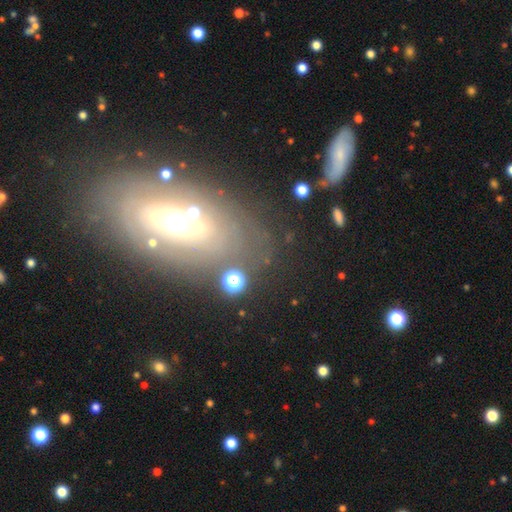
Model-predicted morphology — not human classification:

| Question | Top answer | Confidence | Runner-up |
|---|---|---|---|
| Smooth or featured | featured or disk | 62% | smooth (27%) |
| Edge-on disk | no | 81% | yes (19%) |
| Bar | no | 70% | weak (20%) |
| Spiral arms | no | 61% | yes (39%) |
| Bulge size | moderate | 60% | large (21%) |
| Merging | none | 74% | minor disturbance (14%) |